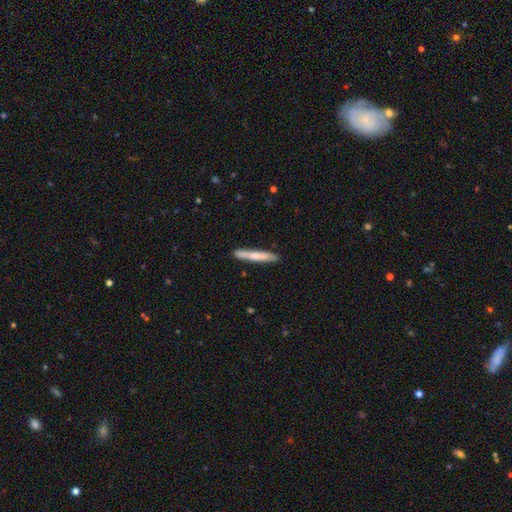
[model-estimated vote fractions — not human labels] smooth_or_featured: smooth (p=0.65) [alt: featured or disk p=0.30]
how_rounded: cigar-shaped (p=0.95) [alt: in between p=0.04]
merging: none (p=0.88) [alt: minor disturbance p=0.09]